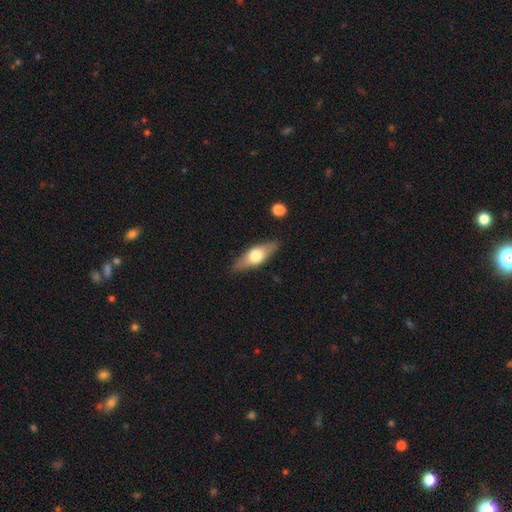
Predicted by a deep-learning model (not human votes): This is possibly a smooth galaxy (48%). Merging: clearly none (85%).